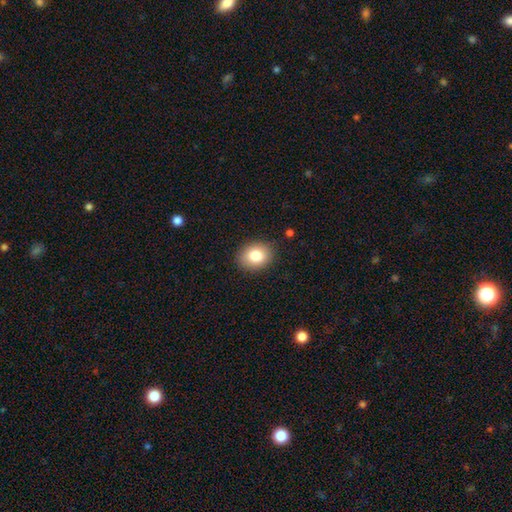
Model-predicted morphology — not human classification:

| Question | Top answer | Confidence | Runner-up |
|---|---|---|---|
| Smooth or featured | smooth | 82% | featured or disk (10%) |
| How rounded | in between | 62% | round (37%) |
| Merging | none | 87% | minor disturbance (9%) |